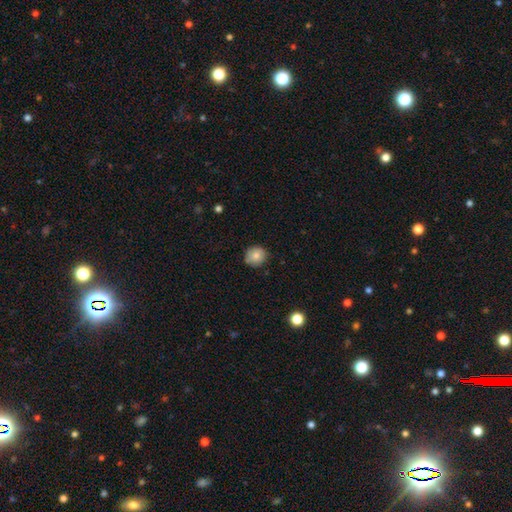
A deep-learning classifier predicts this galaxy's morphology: Smooth or featured?
  - smooth: 80% *
  - featured or disk: 11%
  - star or artifact: 9%
How rounded?
  - round: 89% *
  - in between: 10%
  - cigar-shaped: 1%
Merging?
  - none: 84% *
  - minor disturbance: 12%
  - major disturbance: 2%
  - merger: 1%